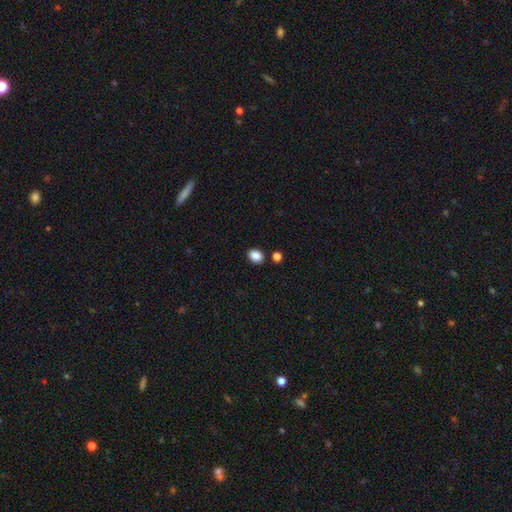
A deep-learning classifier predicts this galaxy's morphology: smooth 87%, star or artifact 10%, featured or disk 3%. Down the decision tree: how rounded — in between (57%); merging — none (85%).